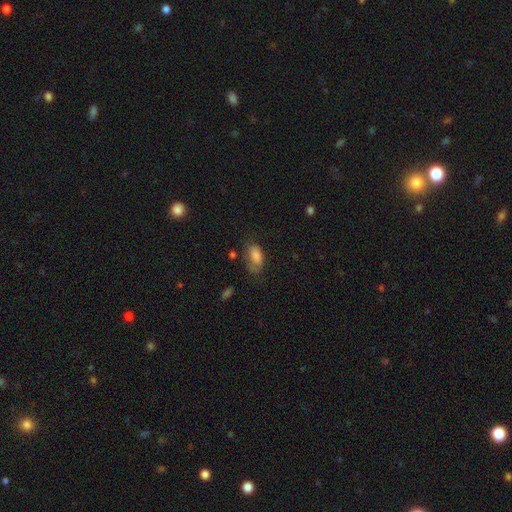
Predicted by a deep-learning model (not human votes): Smooth or featured? Predicted: smooth (p=0.78). How rounded? Predicted: in between (p=0.91). Merging? Predicted: none (p=0.46).